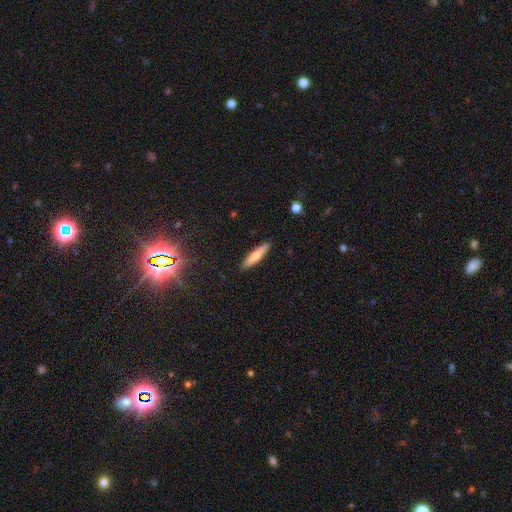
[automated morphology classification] This is likely a smooth galaxy (69%). How rounded: clearly cigar-shaped (84%). Merging: clearly none (90%).